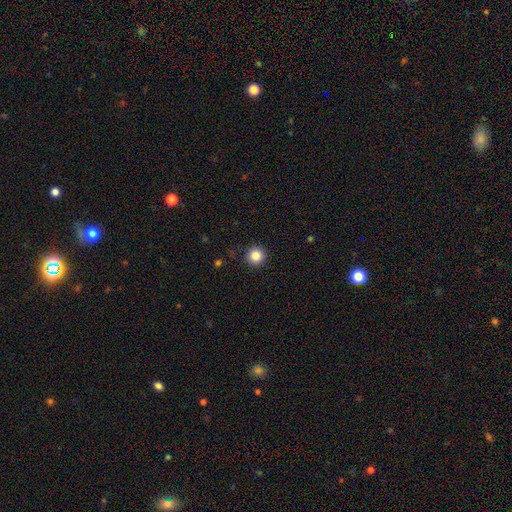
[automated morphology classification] A smooth galaxy with no disk features (85%) that is round (96%). Merging: none (92%).